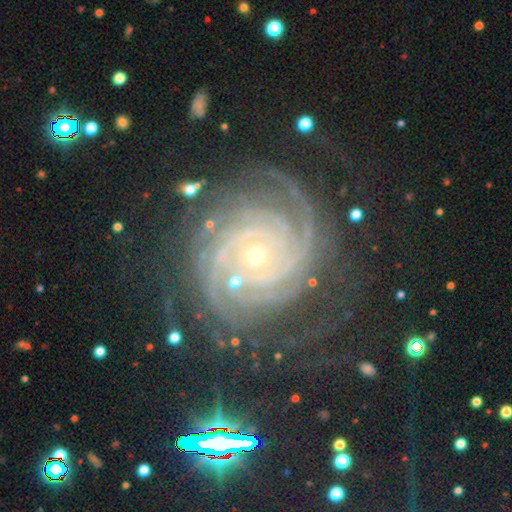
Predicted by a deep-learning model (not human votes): smooth-or-featured: featured or disk: 89% | star or artifact: 8% | smooth: 3%
  disk-edge-on: no: 98% | yes: 2%
    bar: no: 78% | weak: 14% | strong: 8%
    has-spiral-arms: yes: 99% | no: 1%
      spiral-winding: tight: 83% | medium: 14% | loose: 2%
      spiral-arm-count: 2: 22% | 3: 19% | 4: 17% | can't tell: 16% | more than 4: 16% | 1: 9%
    bulge-size: small: 76% | moderate: 21% | large: 1% | none: 1% | dominant: 1%
  merging: none: 73% | minor disturbance: 16% | major disturbance: 9% | merger: 2%